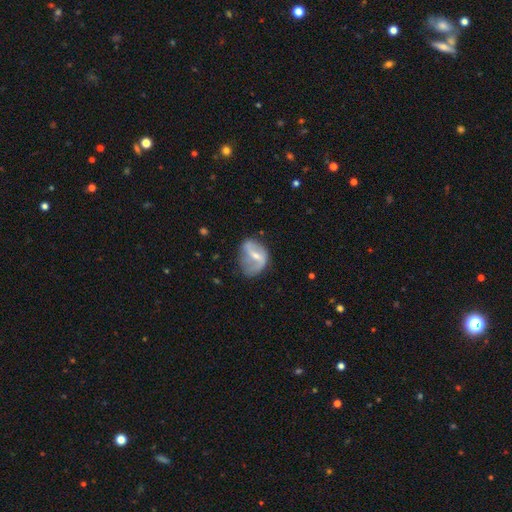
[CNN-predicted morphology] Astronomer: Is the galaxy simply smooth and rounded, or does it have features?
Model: featured or disk — 66%.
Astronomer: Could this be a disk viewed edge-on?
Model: no — 96%.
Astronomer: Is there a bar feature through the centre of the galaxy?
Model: strong — 41% (runner-up: weak, 40%).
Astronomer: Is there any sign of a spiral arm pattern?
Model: yes — 67%.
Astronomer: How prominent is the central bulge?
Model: small — 52% (runner-up: moderate, 40%).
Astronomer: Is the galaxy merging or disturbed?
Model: none — 45% (runner-up: minor disturbance, 31%).